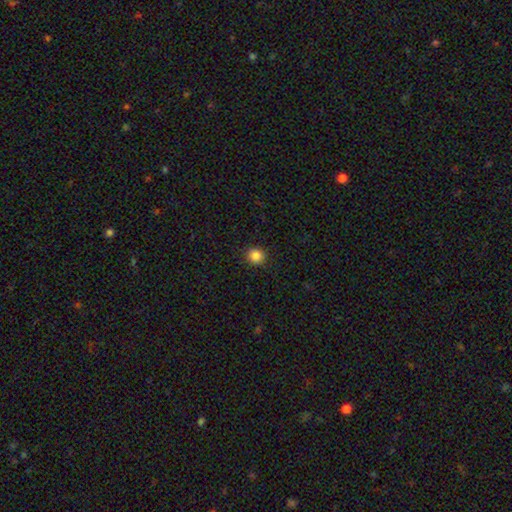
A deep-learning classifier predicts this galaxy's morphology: Smooth or featured? Predicted: smooth (p=0.85). How rounded? Predicted: round (p=0.89). Merging? Predicted: none (p=0.92).